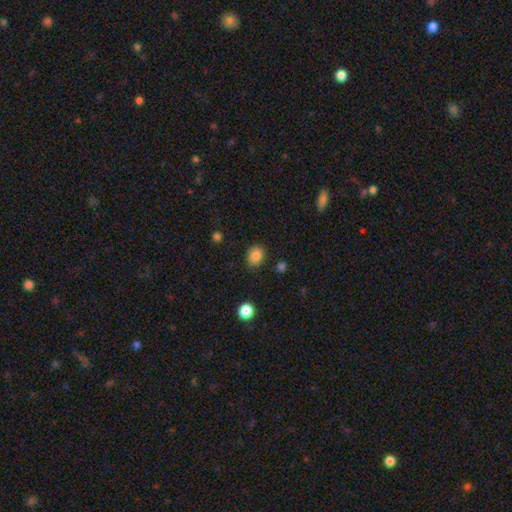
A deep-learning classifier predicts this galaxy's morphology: Smooth or featured: smooth — 86% (star or artifact — 10%)
How rounded: round — 52% (in between — 47%)
Merging: none — 84% (minor disturbance — 11%)